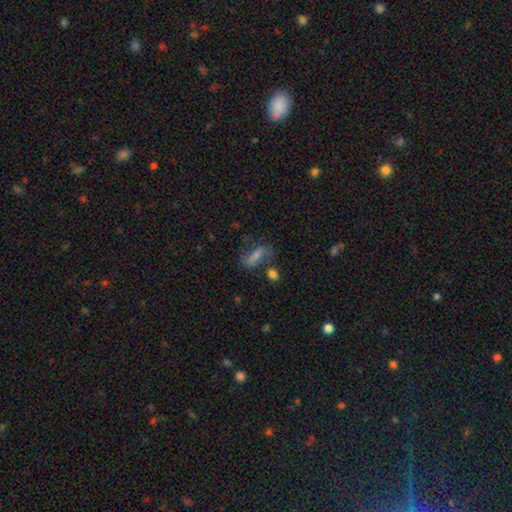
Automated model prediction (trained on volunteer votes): A featured or disk galaxy (48%). Merging: none (55%).